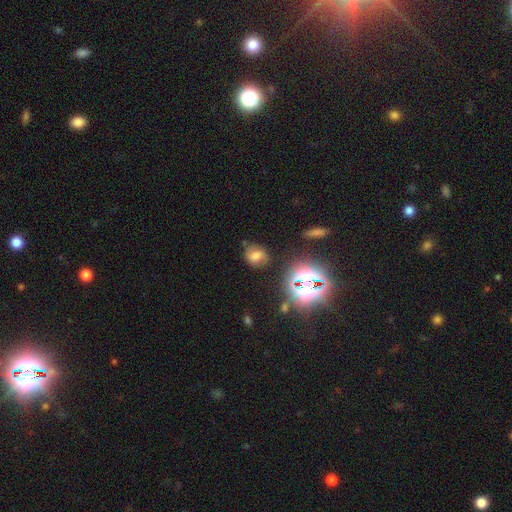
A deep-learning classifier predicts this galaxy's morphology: A smooth galaxy with no disk features (61%) that is round (57%).

Vote fractions:
- Smooth or featured? smooth: 61% / star or artifact: 23% / featured or disk: 16%
- How rounded? round: 57% / in between: 42% / cigar-shaped: 1%
- Merging? none: 70% / minor disturbance: 19% / major disturbance: 7% / merger: 4%